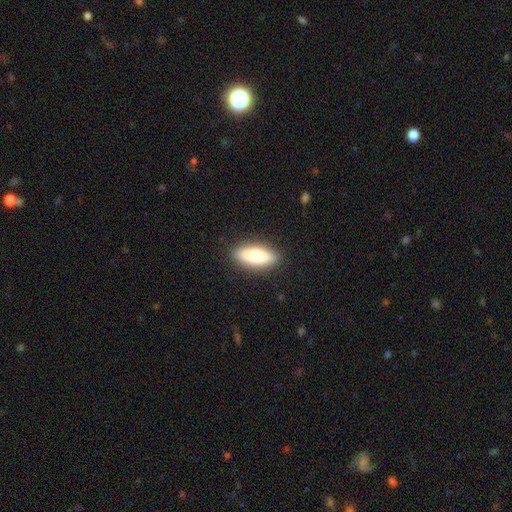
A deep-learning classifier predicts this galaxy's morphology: Smooth or featured: smooth — 80% (featured or disk — 14%)
How rounded: in between — 68% (cigar-shaped — 30%)
Merging: none — 88% (minor disturbance — 9%)